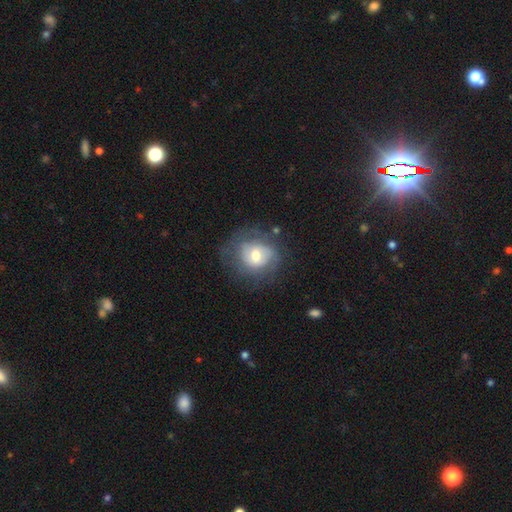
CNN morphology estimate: This is possibly a smooth galaxy (46%). Merging: likely none (62%).